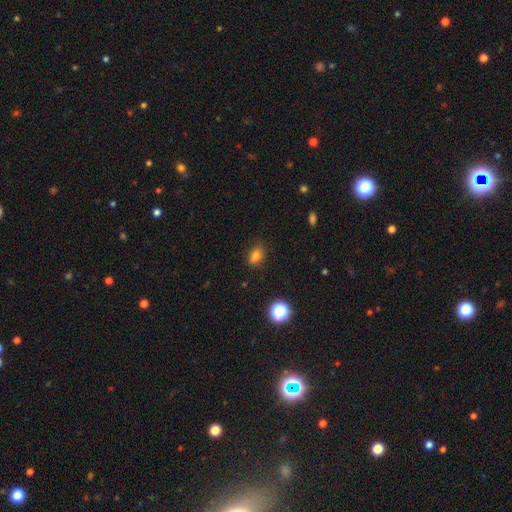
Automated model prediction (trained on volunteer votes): smooth_or_featured: smooth (p=0.77) [alt: star or artifact p=0.15]
how_rounded: in between (p=0.72) [alt: round p=0.25]
merging: none (p=0.72) [alt: minor disturbance p=0.21]